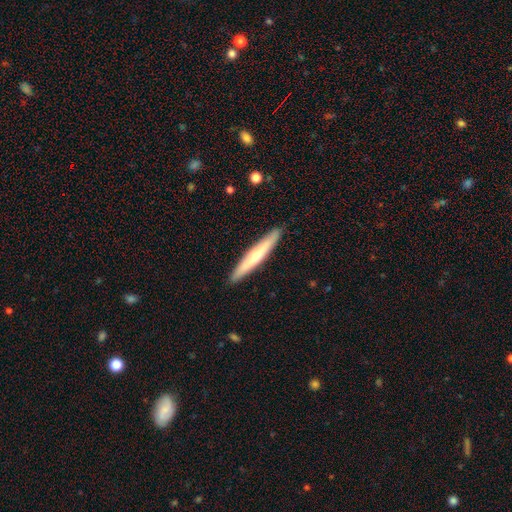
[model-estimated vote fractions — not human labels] This appears to be a smooth galaxy with no disk features (50%) that is cigar-shaped (94%). Merging: none (92%).